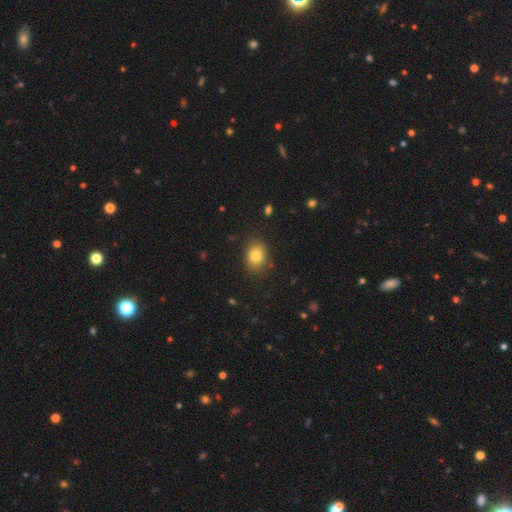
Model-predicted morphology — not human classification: Smooth or featured? smooth (82%)
How rounded? in between (71%)
Merging? none (85%)